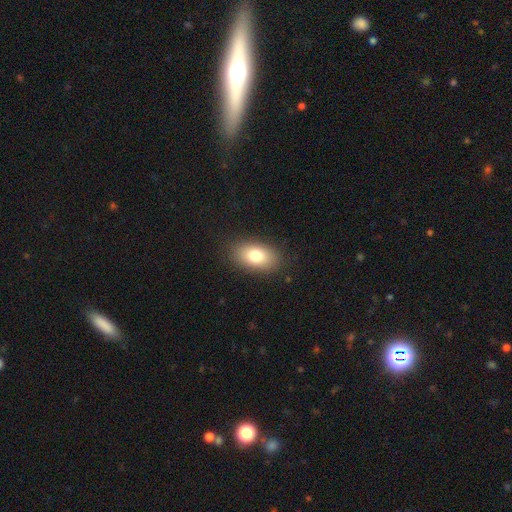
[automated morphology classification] Q: Smooth or featured?
A: smooth (80%); runner-up: featured or disk (12%)
Q: How rounded?
A: in between (90%); runner-up: round (7%)
Q: Merging?
A: none (87%); runner-up: minor disturbance (9%)